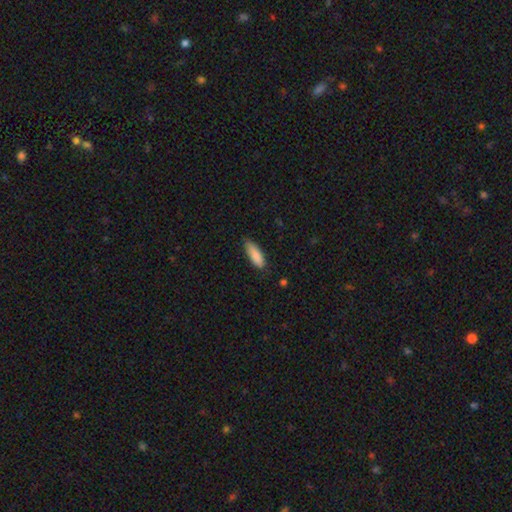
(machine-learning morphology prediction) A smooth galaxy with no disk features (88%) that is in between round and cigar-shaped (61%). Merging: none (74%).